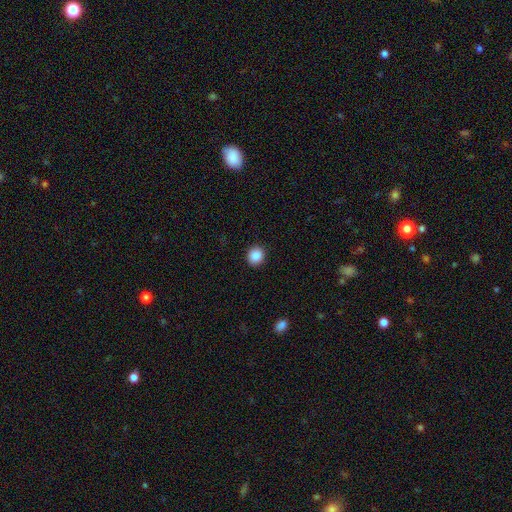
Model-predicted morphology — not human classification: Q: Smooth or featured?
A: smooth (88%); runner-up: star or artifact (9%)
Q: How rounded?
A: round (84%); runner-up: in between (15%)
Q: Merging?
A: none (91%); runner-up: minor disturbance (6%)